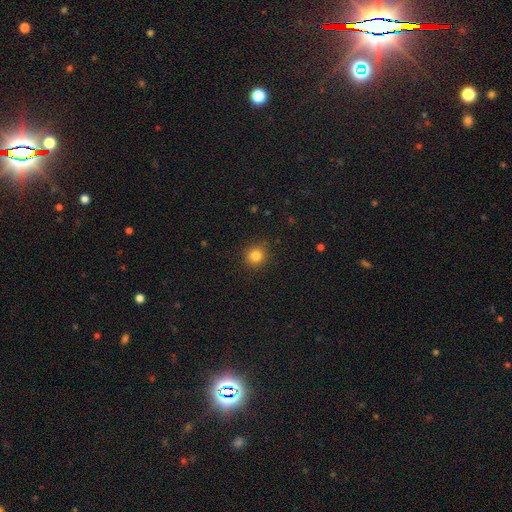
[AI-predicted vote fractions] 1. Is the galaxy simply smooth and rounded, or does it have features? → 83% smooth, 12% star or artifact, 5% featured or disk.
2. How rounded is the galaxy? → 92% round, 7% in between, 1% cigar-shaped.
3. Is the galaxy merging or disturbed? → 89% none, 7% minor disturbance, 2% major disturbance, 1% merger.